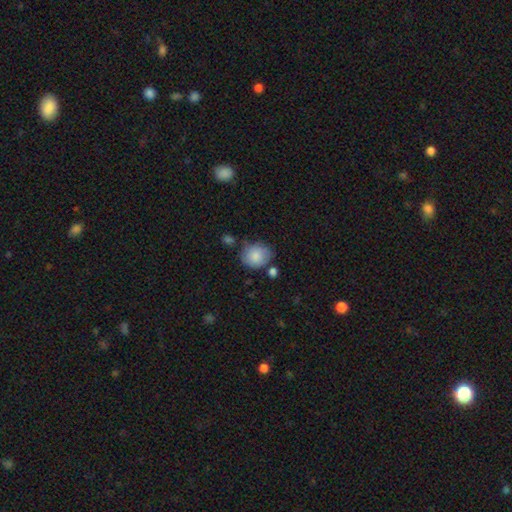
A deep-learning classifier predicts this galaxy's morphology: This appears to be a smooth galaxy with no disk features (85%) that is round (71%). Merging: none (66%).